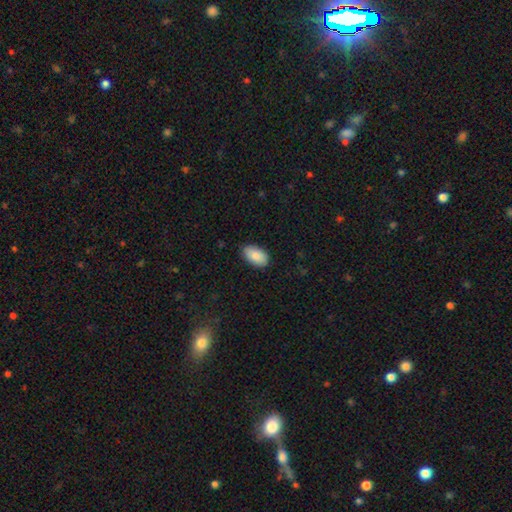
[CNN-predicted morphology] Q: Smooth or featured?
A: smooth (87%); runner-up: featured or disk (7%)
Q: How rounded?
A: in between (95%); runner-up: round (4%)
Q: Merging?
A: none (85%); runner-up: minor disturbance (12%)